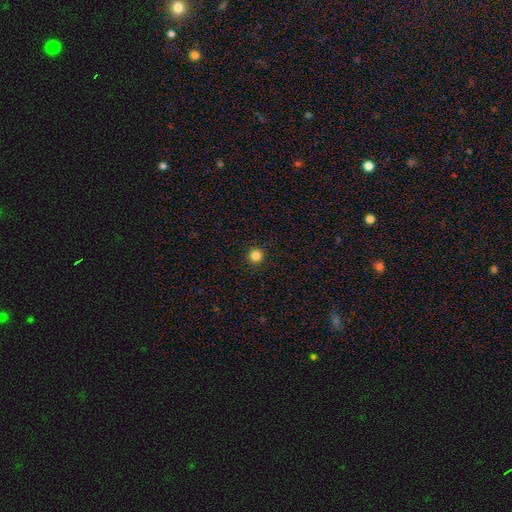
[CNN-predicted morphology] smooth_or_featured: smooth (p=0.84) [alt: star or artifact p=0.13]
how_rounded: round (p=0.95) [alt: in between p=0.04]
merging: none (p=0.93) [alt: minor disturbance p=0.05]